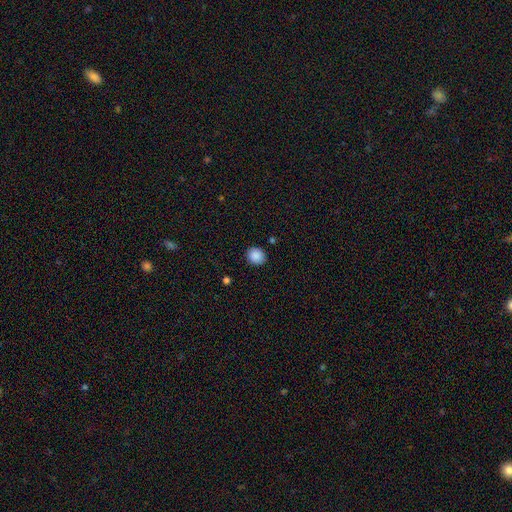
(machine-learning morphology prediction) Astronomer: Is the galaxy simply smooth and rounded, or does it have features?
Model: smooth — 88%.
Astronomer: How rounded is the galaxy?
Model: round — 82%.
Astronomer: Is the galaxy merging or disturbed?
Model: none — 89%.